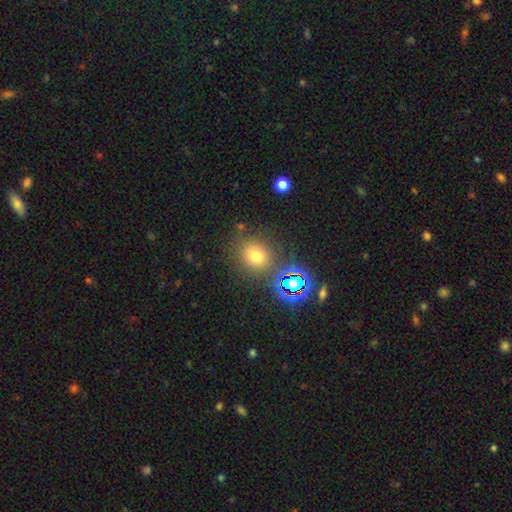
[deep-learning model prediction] Overall: smooth (68%). How rounded: round (80%). Merging: none (80%).